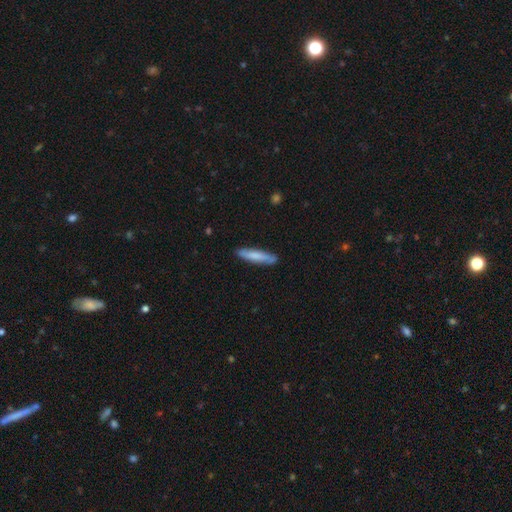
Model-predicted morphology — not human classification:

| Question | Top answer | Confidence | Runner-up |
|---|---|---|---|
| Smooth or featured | smooth | 71% | featured or disk (24%) |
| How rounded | cigar-shaped | 86% | in between (13%) |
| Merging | none | 84% | minor disturbance (13%) |